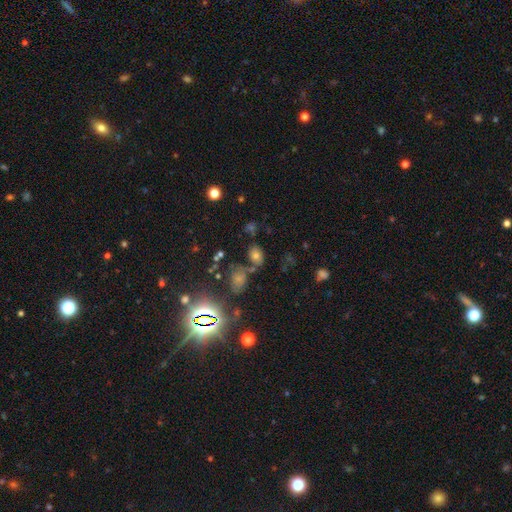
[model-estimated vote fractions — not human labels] smooth-or-featured: smooth: 66% | star or artifact: 23% | featured or disk: 11%
  how-rounded: in between: 71% | round: 27% | cigar-shaped: 2%
  merging: none: 68% | minor disturbance: 14% | merger: 12% | major disturbance: 6%